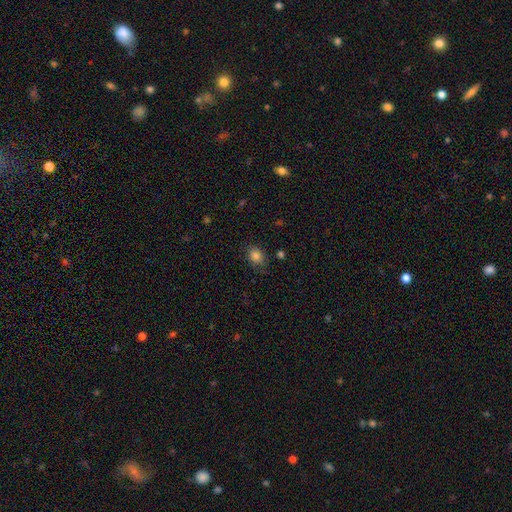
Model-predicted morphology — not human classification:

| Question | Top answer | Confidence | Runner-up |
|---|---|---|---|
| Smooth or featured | smooth | 83% | star or artifact (11%) |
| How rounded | in between | 51% | round (47%) |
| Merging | none | 74% | minor disturbance (19%) |